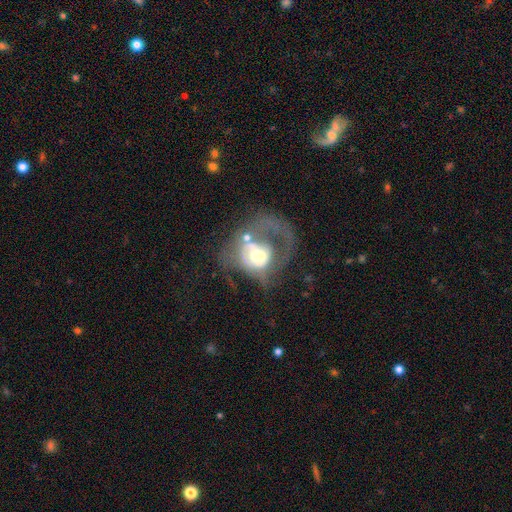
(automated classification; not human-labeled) Q: Smooth or featured?
A: featured or disk (62%); runner-up: smooth (29%)
Q: Edge-on disk?
A: no (97%); runner-up: yes (3%)
Q: Bar?
A: no (73%); runner-up: weak (21%)
Q: Spiral arms?
A: no (51%); runner-up: yes (49%)
Q: Bulge size?
A: moderate (51%); runner-up: large (21%)
Q: Merging?
A: major disturbance (51%); runner-up: merger (23%)